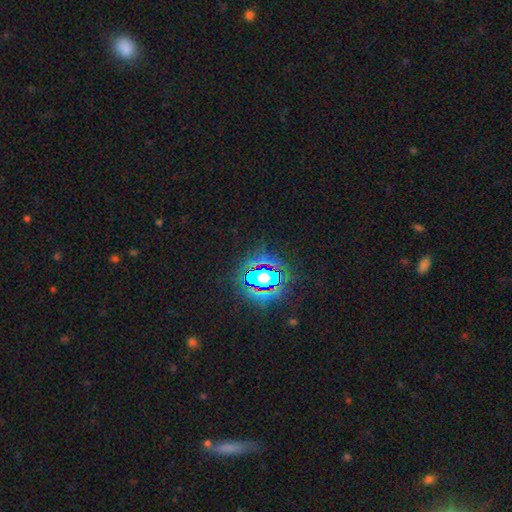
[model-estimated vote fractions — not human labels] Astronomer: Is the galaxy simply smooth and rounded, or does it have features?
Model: star or artifact — 82%.